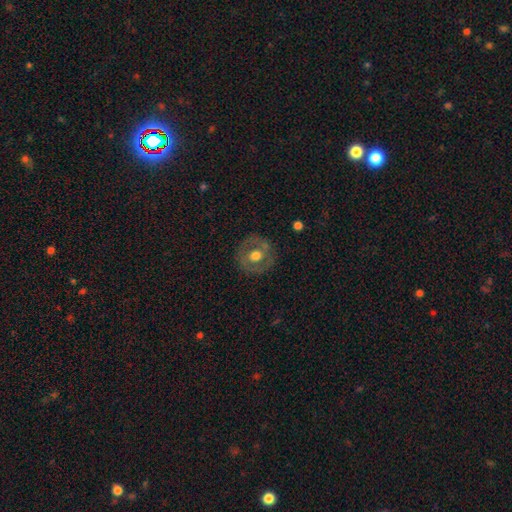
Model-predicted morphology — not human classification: smooth-or-featured: featured or disk: 47% | smooth: 46% | star or artifact: 7%
  merging: none: 82% | minor disturbance: 12% | major disturbance: 5% | merger: 1%